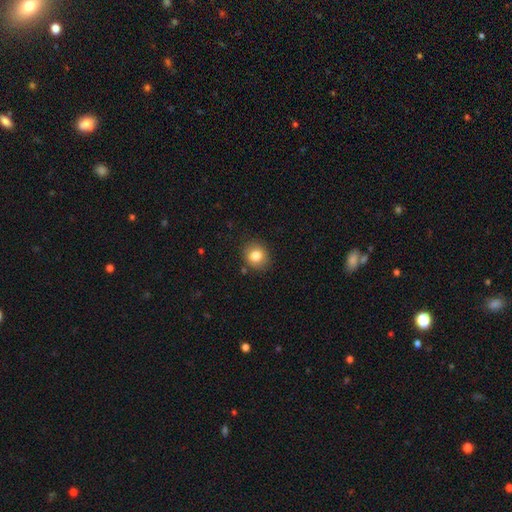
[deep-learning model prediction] Q: Smooth or featured?
A: smooth (81%); runner-up: star or artifact (10%)
Q: How rounded?
A: round (78%); runner-up: in between (21%)
Q: Merging?
A: none (86%); runner-up: minor disturbance (10%)